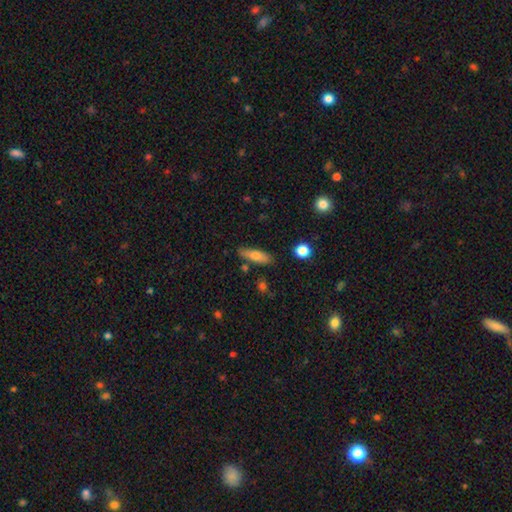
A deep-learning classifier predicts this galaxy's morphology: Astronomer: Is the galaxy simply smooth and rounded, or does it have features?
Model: smooth — 72%.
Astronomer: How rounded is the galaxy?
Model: cigar-shaped — 53% (runner-up: in between, 44%).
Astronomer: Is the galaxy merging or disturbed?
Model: none — 78%.